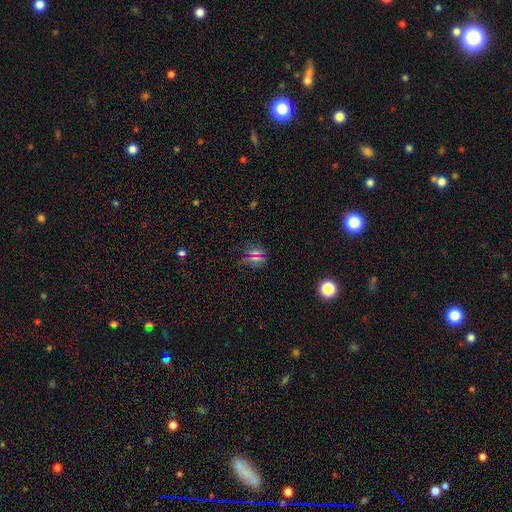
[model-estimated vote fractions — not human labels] Smooth or featured: smooth — 60% (star or artifact — 31%)
How rounded: round — 72% (in between — 24%)
Merging: none — 83% (minor disturbance — 11%)